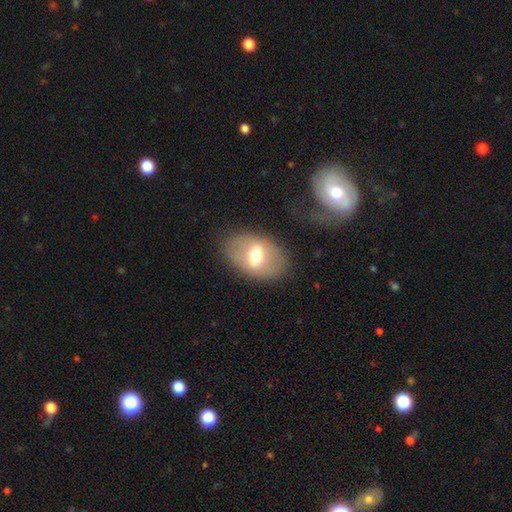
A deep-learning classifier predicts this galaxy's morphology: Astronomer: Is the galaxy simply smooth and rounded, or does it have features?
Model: smooth — 49% (runner-up: featured or disk, 43%).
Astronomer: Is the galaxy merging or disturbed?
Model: none — 79%.